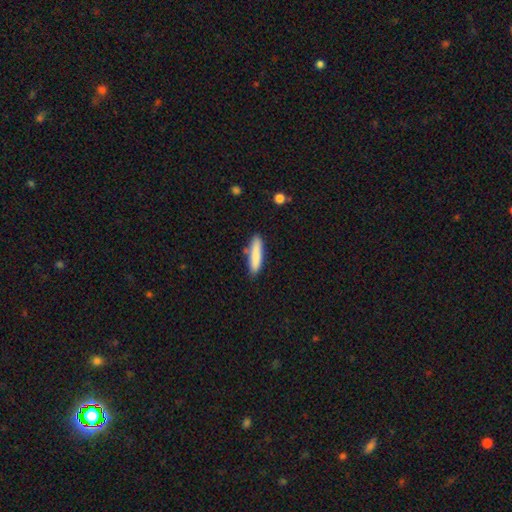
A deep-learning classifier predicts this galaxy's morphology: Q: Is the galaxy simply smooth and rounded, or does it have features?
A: smooth — 83%.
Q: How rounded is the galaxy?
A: cigar-shaped — 79%.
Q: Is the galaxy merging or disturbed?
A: none — 80%.